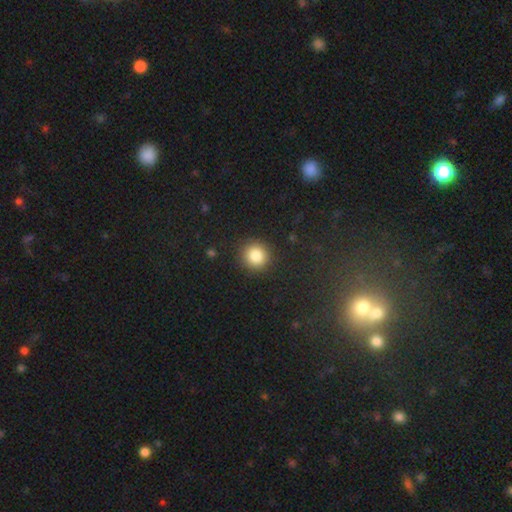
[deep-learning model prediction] smooth_or_featured: smooth (p=0.85) [alt: star or artifact p=0.10]
how_rounded: round (p=0.91) [alt: in between p=0.08]
merging: none (p=0.90) [alt: minor disturbance p=0.06]